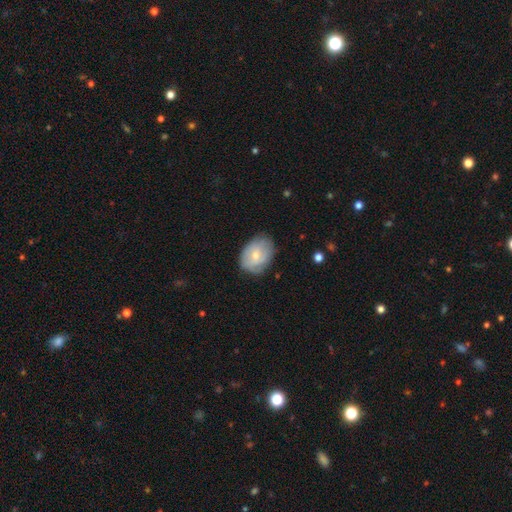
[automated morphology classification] A smooth galaxy with no disk features (54%) that is in between round and cigar-shaped (71%). Merging: none (66%).